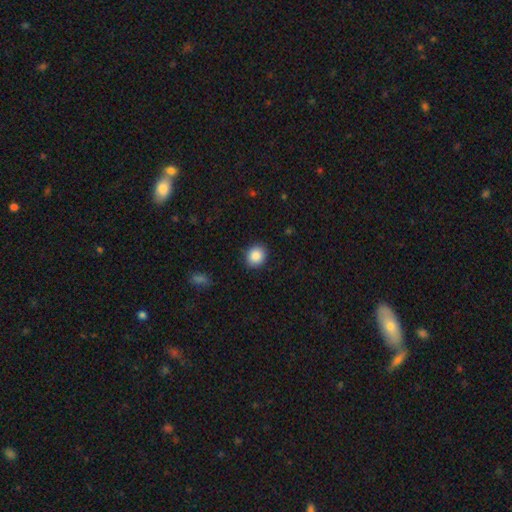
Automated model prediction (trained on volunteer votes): Smooth or featured?
  - smooth: 88% *
  - star or artifact: 8%
  - featured or disk: 4%
How rounded?
  - round: 70% *
  - in between: 29%
  - cigar-shaped: 1%
Merging?
  - none: 88% *
  - minor disturbance: 8%
  - major disturbance: 2%
  - merger: 1%